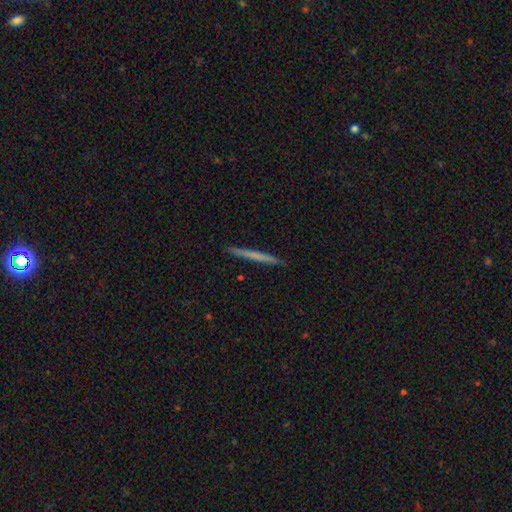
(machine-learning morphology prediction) This is possibly a smooth galaxy (56%). How rounded: clearly cigar-shaped (97%). Merging: clearly none (92%).